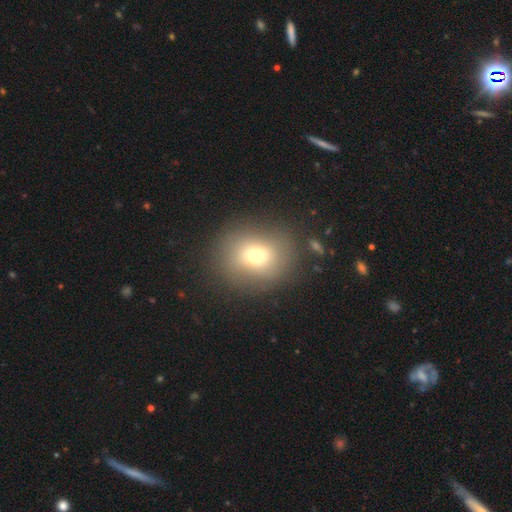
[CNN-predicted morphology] Smooth or featured? Predicted: smooth (p=0.70). How rounded? Predicted: round (p=0.74). Merging? Predicted: none (p=0.82).